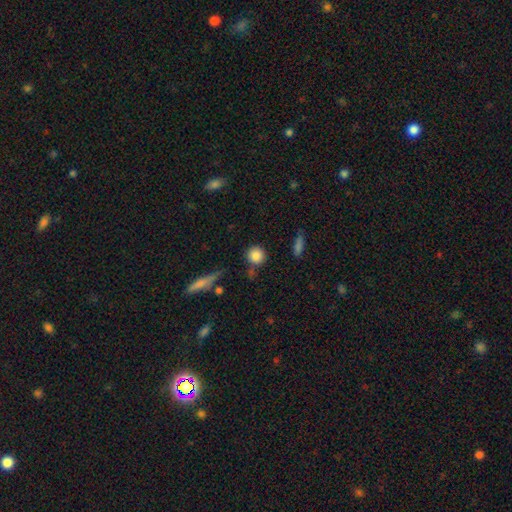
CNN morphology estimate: Overall: smooth (84%). How rounded: round (90%). Merging: none (77%).